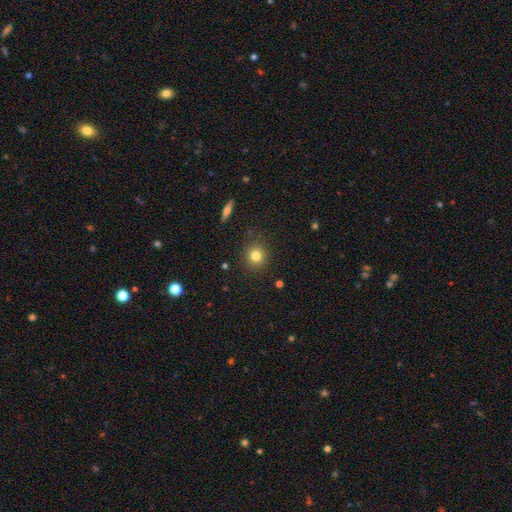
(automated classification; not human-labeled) smooth-or-featured: smooth: 80% | star or artifact: 12% | featured or disk: 8%
  how-rounded: round: 89% | in between: 10% | cigar-shaped: 1%
  merging: none: 89% | minor disturbance: 7% | major disturbance: 2% | merger: 2%